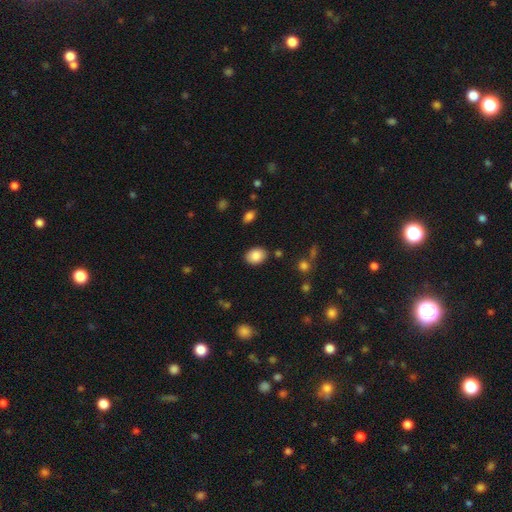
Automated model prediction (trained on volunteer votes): Q: Smooth or featured?
A: smooth (86%); runner-up: star or artifact (8%)
Q: How rounded?
A: in between (65%); runner-up: round (34%)
Q: Merging?
A: none (86%); runner-up: minor disturbance (9%)